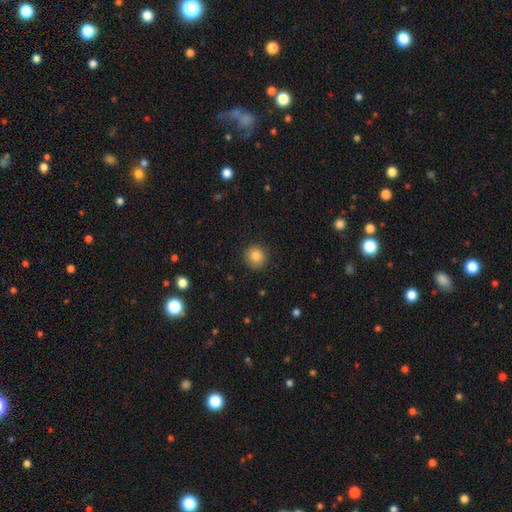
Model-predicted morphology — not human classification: Smooth or featured: smooth — 85% (star or artifact — 10%)
How rounded: round — 90% (in between — 10%)
Merging: none — 89% (minor disturbance — 7%)